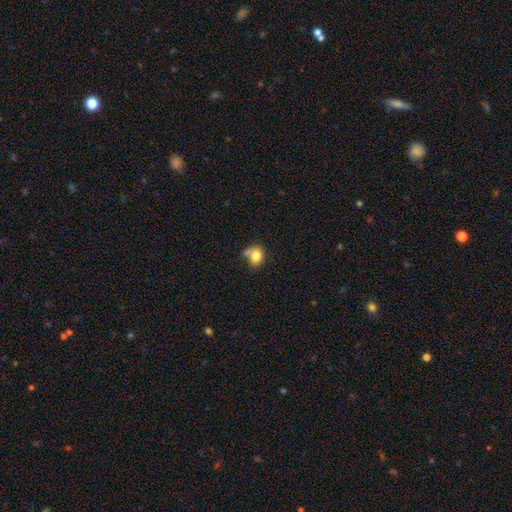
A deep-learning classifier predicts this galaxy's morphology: smooth 79%, featured or disk 12%, star or artifact 9%. Down the decision tree: how rounded — round (58%); merging — none (40%).